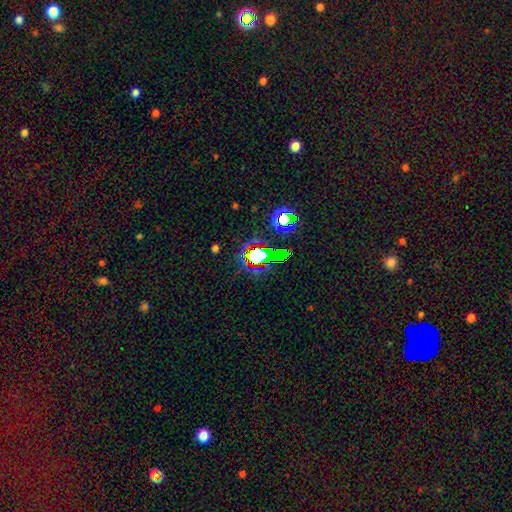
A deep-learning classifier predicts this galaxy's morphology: smooth_or_featured: star or artifact (p=0.59) [alt: smooth p=0.26]